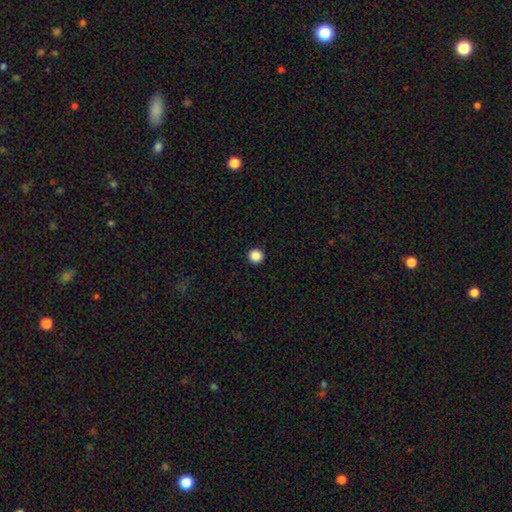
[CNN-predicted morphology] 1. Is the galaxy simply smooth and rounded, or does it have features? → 88% smooth, 10% star or artifact, 2% featured or disk.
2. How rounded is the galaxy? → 95% round, 4% in between, 1% cigar-shaped.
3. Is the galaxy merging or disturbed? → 94% none, 4% minor disturbance, 1% major disturbance, 1% merger.